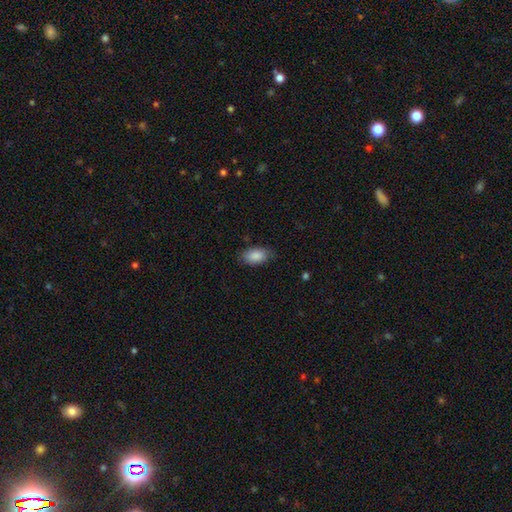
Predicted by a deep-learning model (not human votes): Smooth or featured?
  - smooth: 88% *
  - star or artifact: 6%
  - featured or disk: 6%
How rounded?
  - in between: 93% *
  - round: 5%
  - cigar-shaped: 2%
Merging?
  - none: 76% *
  - minor disturbance: 19%
  - major disturbance: 4%
  - merger: 1%